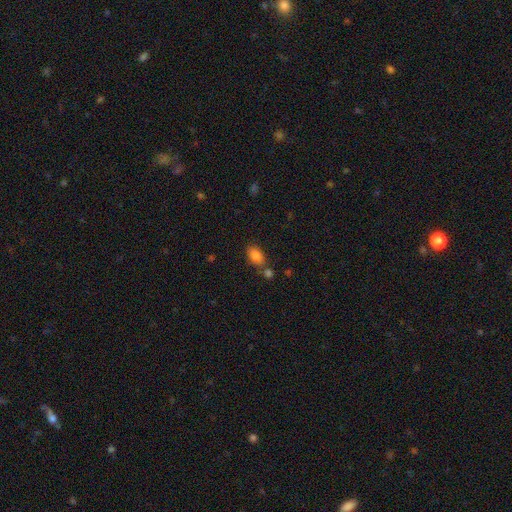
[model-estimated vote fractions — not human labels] Smooth or featured: smooth — 84% (star or artifact — 9%)
How rounded: in between — 87% (round — 11%)
Merging: none — 65% (merger — 17%)